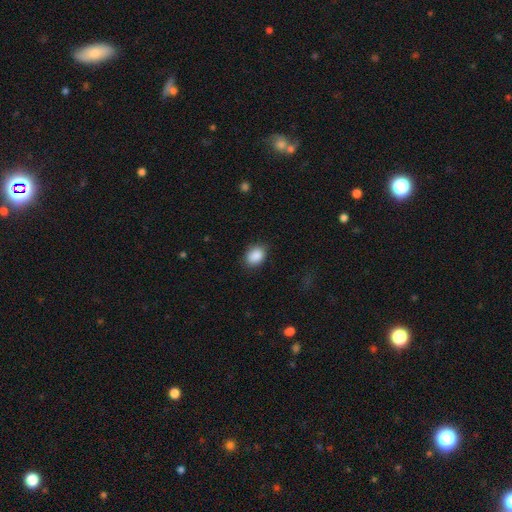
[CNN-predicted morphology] smooth_or_featured: smooth (p=0.89) [alt: star or artifact p=0.08]
how_rounded: in between (p=0.70) [alt: round p=0.29]
merging: none (p=0.84) [alt: minor disturbance p=0.11]